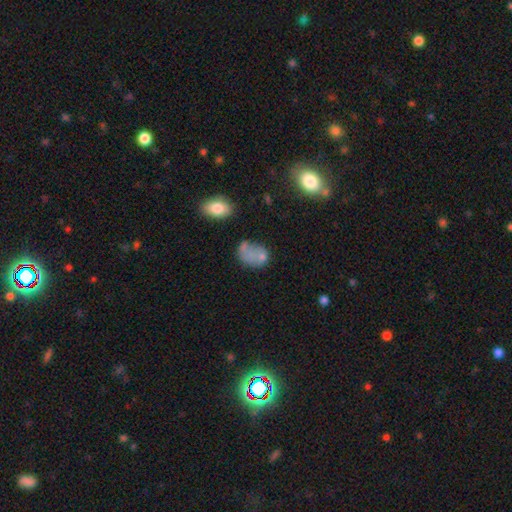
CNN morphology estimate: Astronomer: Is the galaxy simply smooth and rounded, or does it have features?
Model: smooth — 67%.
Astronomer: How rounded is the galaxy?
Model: in between — 70%.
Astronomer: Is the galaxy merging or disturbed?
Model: none — 35% (runner-up: major disturbance, 23%).